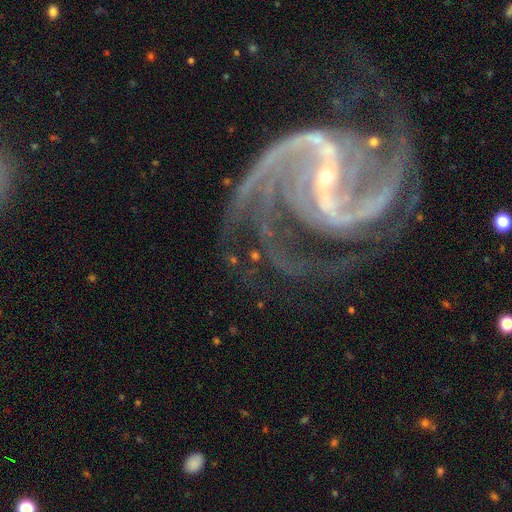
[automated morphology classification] Smooth or featured? featured or disk (85%)
Edge-on disk? no (96%)
Bar? strong (47%)
Spiral arms? yes (96%)
Spiral winding? medium (44%)
Spiral arm count? 2 (37%)
Bulge size? small (72%)
Merging? none (59%)